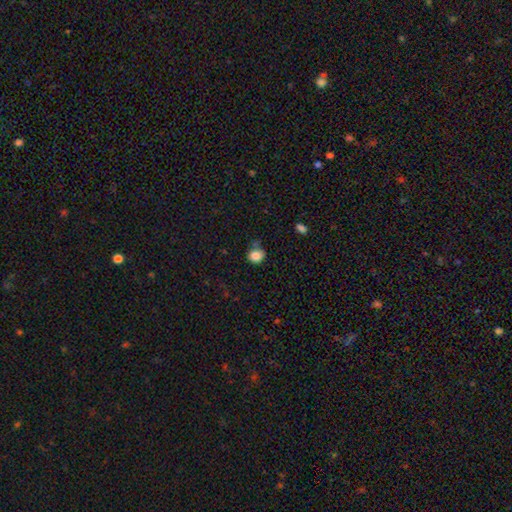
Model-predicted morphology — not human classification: This appears to be a smooth galaxy with no disk features (84%) that is round (76%). Merging: none (71%).